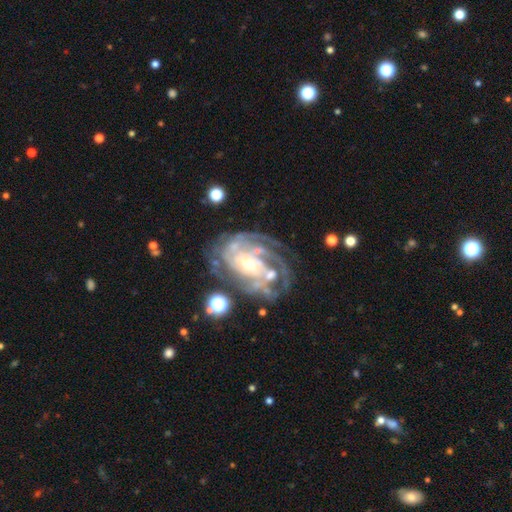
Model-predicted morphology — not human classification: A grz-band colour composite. It shows a featured or disk galaxy (88%) with no bar (55%), tight (63%) spiral arms (94%) and a moderate central bulge (49%). Merging: none (60%).